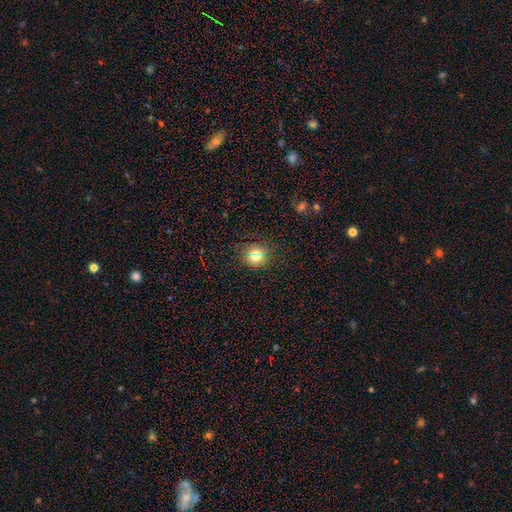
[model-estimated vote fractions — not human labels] Smooth or featured: smooth — 77% (star or artifact — 16%)
How rounded: round — 87% (in between — 12%)
Merging: none — 87% (minor disturbance — 9%)